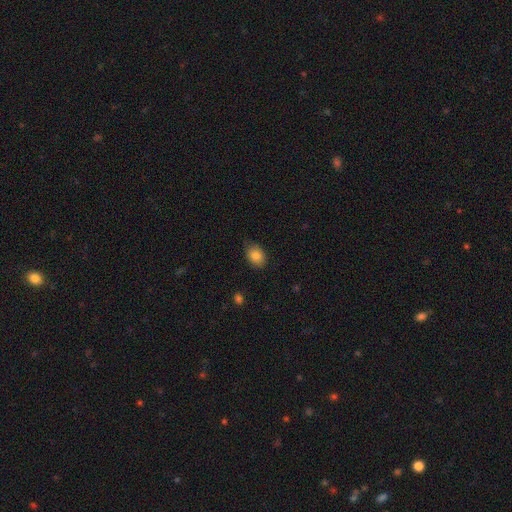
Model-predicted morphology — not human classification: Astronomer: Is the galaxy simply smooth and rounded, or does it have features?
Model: smooth — 85%.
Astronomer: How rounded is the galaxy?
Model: in between — 75%.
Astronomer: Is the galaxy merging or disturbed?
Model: none — 76%.